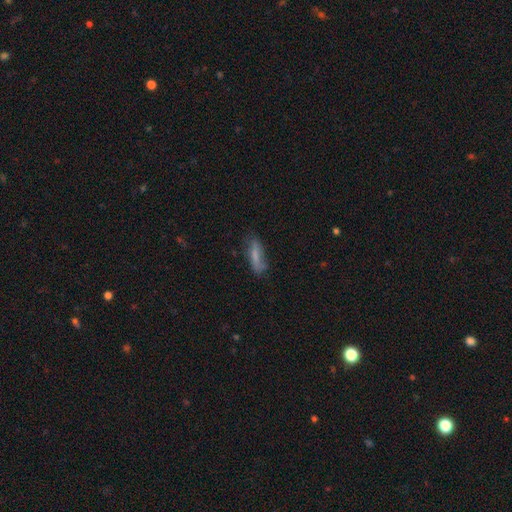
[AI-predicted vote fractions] The model was most divided on "how rounded": cigar-shaped: 60%, in between: 38%, round: 2%. More confident: smooth or featured — smooth (68%); merging — none (60%).